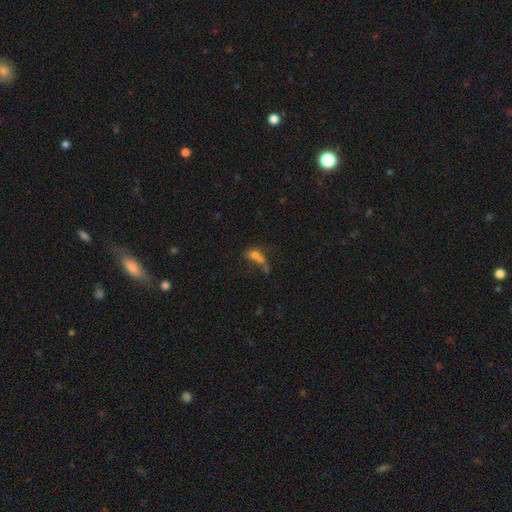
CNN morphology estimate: Smooth or featured? smooth (61%)
How rounded? in between (67%)
Merging? merger (51%)